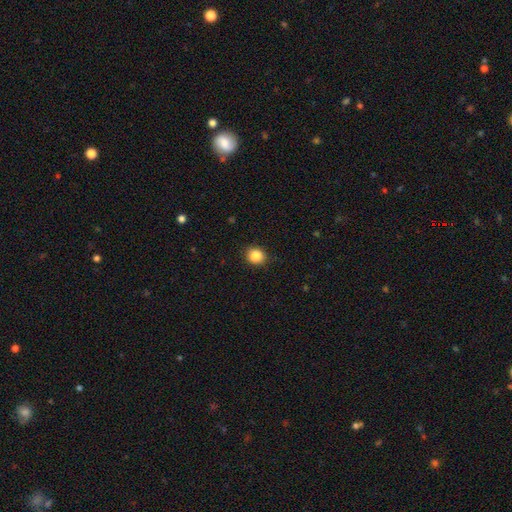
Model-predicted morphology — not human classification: Smooth or featured?
  - smooth: 87% *
  - star or artifact: 10%
  - featured or disk: 3%
How rounded?
  - round: 77% *
  - in between: 22%
  - cigar-shaped: 1%
Merging?
  - none: 86% *
  - minor disturbance: 11%
  - major disturbance: 2%
  - merger: 1%